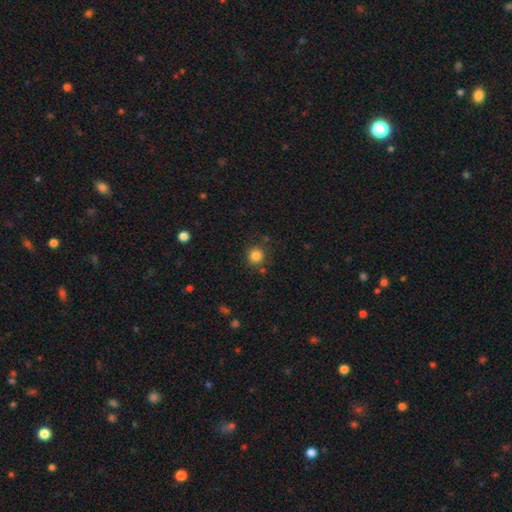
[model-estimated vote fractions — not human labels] This is clearly a smooth galaxy (83%). How rounded: clearly round (92%). Merging: clearly none (84%).